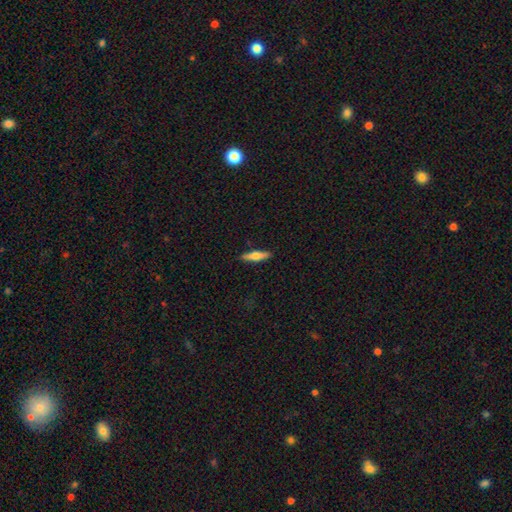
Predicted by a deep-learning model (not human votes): Q: Smooth or featured?
A: smooth (55%); runner-up: featured or disk (39%)
Q: How rounded?
A: cigar-shaped (78%); runner-up: in between (20%)
Q: Merging?
A: none (90%); runner-up: minor disturbance (7%)